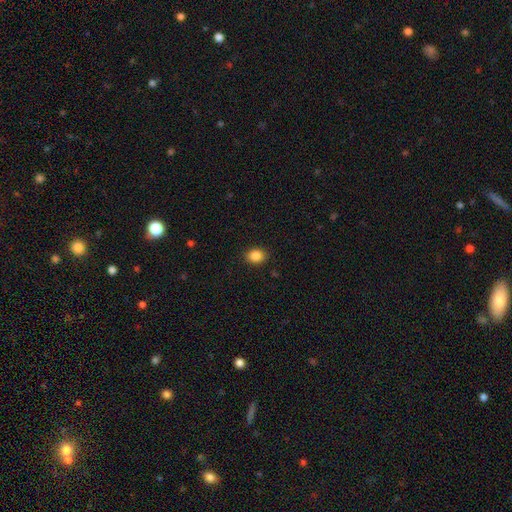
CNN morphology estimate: Overall: smooth (87%). How rounded: in between (50%; round 49%). Merging: none (89%).